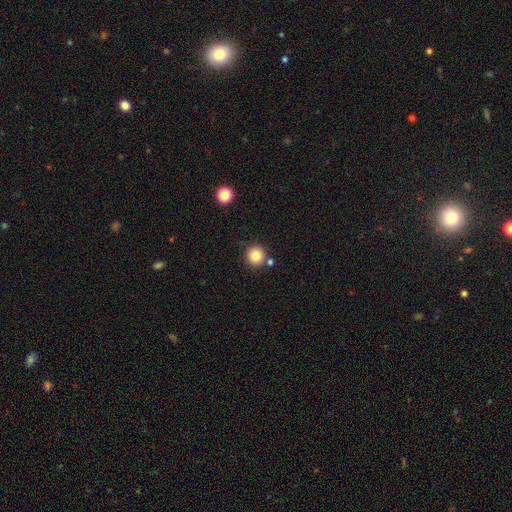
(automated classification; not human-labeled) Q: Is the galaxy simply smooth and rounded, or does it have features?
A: smooth — 83%.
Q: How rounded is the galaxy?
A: round — 94%.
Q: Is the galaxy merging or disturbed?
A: none — 78%.